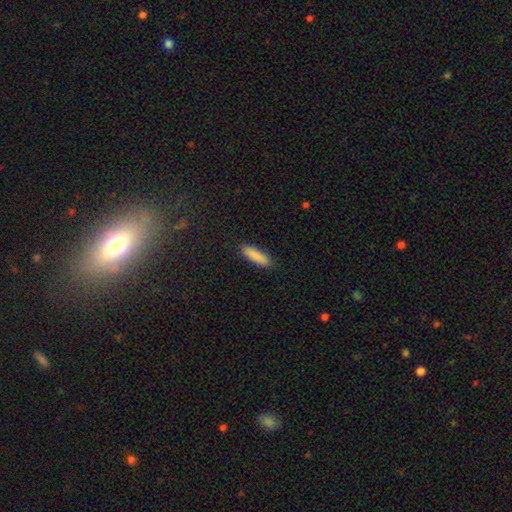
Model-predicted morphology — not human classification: type=smooth (89%); roundness=cigar-shaped (60%); merging=none (89%).